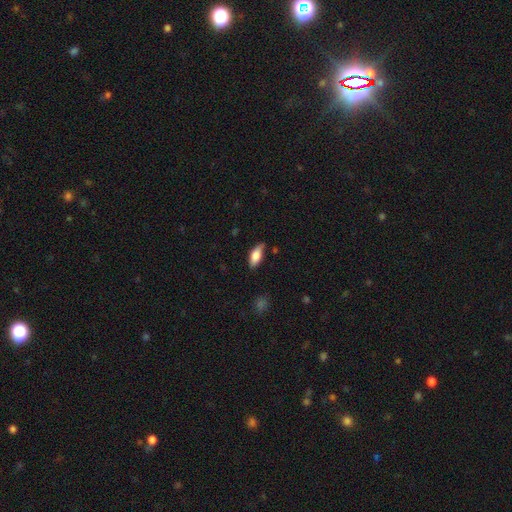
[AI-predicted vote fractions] This is likely a smooth galaxy (78%). How rounded: clearly in between (83%). Merging: likely none (74%).